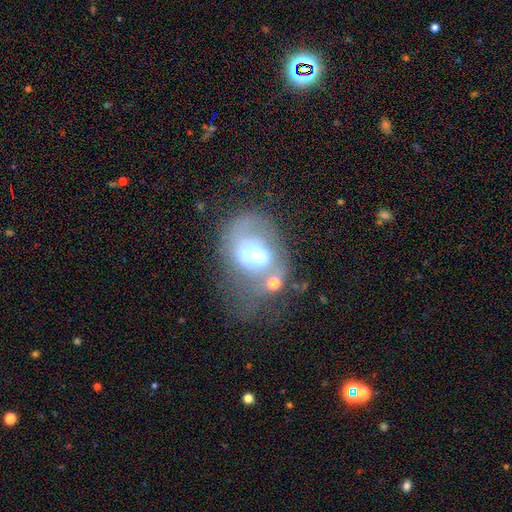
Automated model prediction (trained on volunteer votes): Morphology: type=featured or disk (47%); merging=major disturbance (33%).